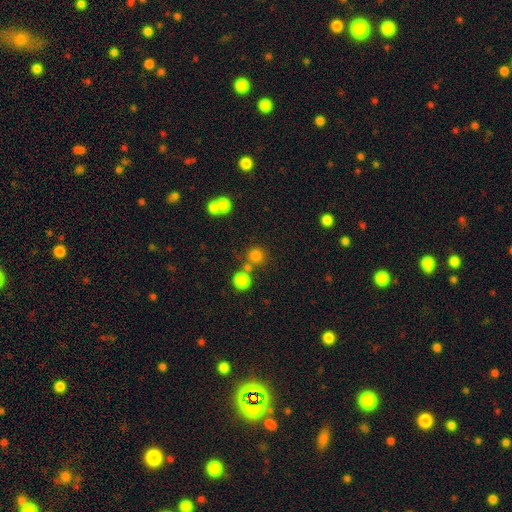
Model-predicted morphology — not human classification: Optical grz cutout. It shows a smooth galaxy with no disk features (79%) that is round (91%). Merging: none (69%).